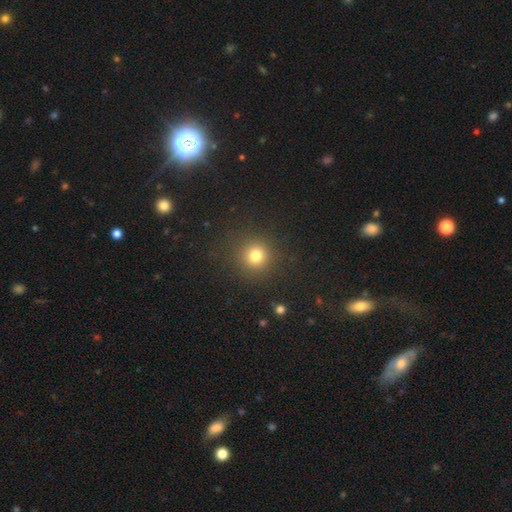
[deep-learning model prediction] This appears to be a smooth galaxy with no disk features (78%) that is round (93%). Merging: none (89%).